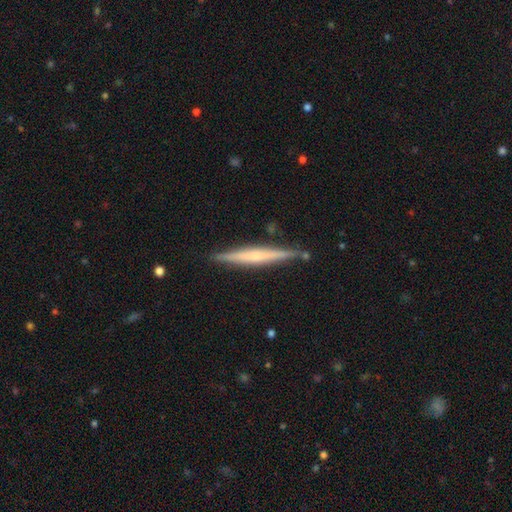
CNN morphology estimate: type=featured or disk (59%); edge-on=yes (97%); edge-on bulge=none (49%); merging=none (86%).